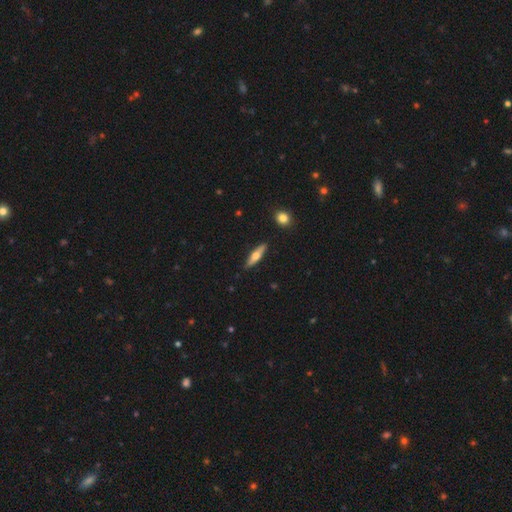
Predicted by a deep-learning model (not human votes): Morphology: type=smooth (48%); merging=none (89%).